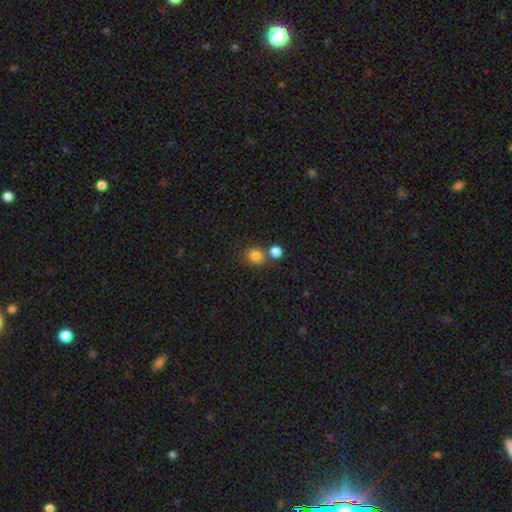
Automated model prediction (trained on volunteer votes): Morphology: type=smooth (82%); roundness=round (85%); merging=none (67%).